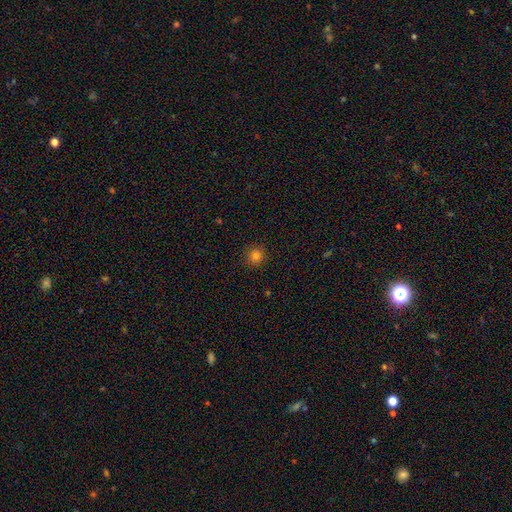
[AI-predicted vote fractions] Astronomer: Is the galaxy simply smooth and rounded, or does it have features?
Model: smooth — 80%.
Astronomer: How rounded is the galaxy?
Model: round — 92%.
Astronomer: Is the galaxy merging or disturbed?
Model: none — 90%.